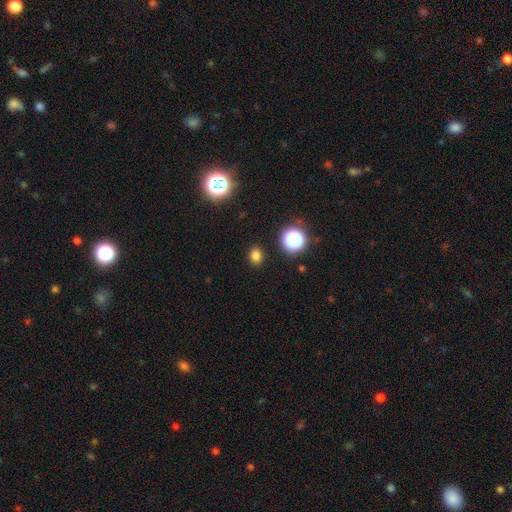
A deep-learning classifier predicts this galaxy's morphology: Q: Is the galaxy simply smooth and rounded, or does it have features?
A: smooth — 78%.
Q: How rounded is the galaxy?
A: round — 50%.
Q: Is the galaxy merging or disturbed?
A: none — 89%.